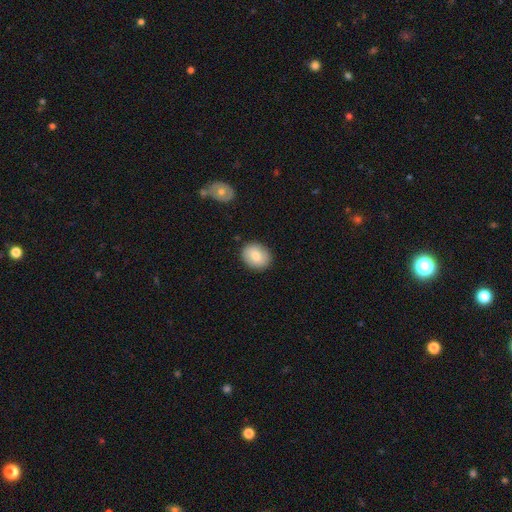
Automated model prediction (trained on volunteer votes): This is likely a smooth galaxy (80%). How rounded: possibly round (60%). Merging: clearly none (88%).